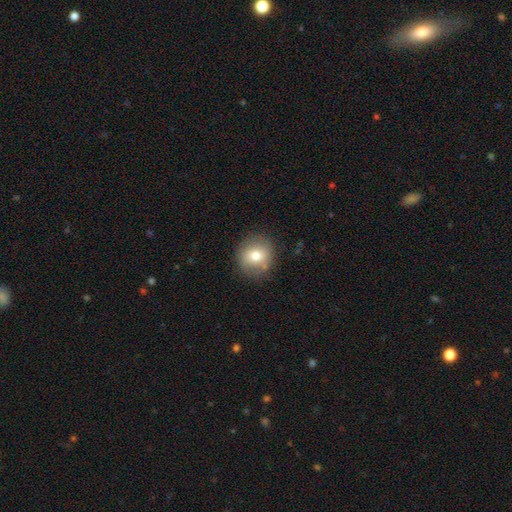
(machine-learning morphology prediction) This is likely a smooth galaxy (73%). How rounded: clearly round (87%). Merging: clearly none (83%).